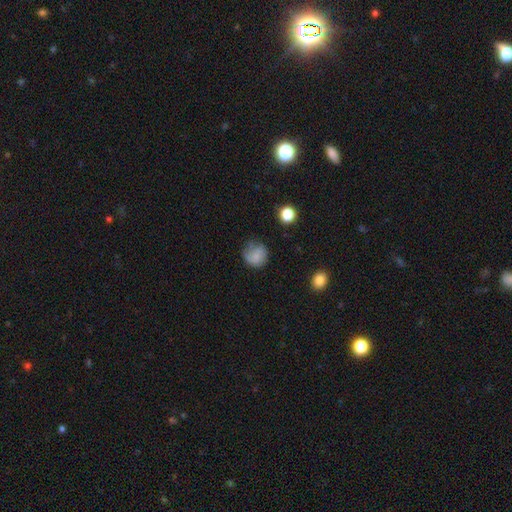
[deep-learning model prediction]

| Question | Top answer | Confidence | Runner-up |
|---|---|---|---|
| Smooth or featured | smooth | 70% | featured or disk (20%) |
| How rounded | round | 83% | in between (17%) |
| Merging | none | 56% | minor disturbance (29%) |